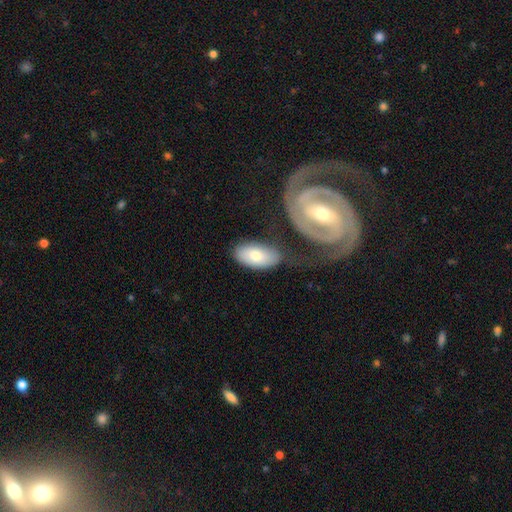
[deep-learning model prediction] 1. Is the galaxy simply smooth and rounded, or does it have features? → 73% smooth, 21% featured or disk, 6% star or artifact.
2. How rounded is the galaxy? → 93% in between, 4% cigar-shaped, 3% round.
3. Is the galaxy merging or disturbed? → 64% none, 17% minor disturbance, 12% merger, 6% major disturbance.